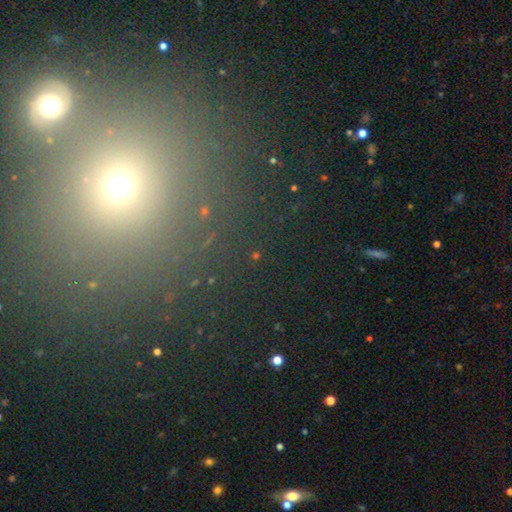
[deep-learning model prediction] Smooth or featured? star or artifact (62%)